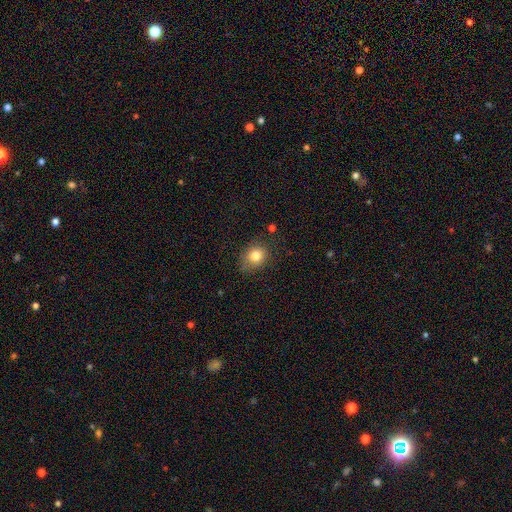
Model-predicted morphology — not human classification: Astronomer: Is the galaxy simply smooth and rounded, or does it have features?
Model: smooth — 81%.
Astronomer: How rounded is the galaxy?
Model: round — 67%.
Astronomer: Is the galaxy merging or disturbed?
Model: none — 73%.